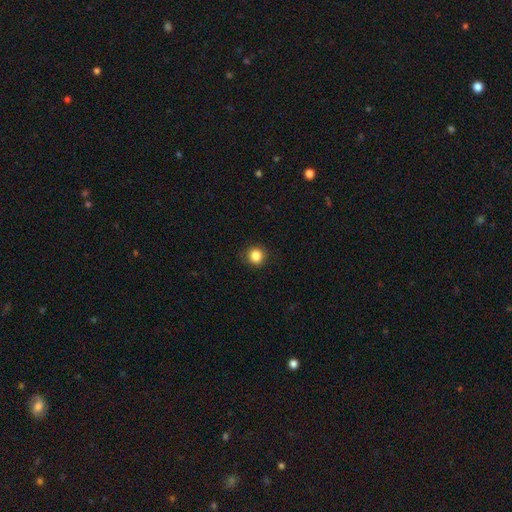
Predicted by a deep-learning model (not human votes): smooth-or-featured: smooth: 85% | star or artifact: 11% | featured or disk: 4%
  how-rounded: round: 92% | in between: 7% | cigar-shaped: 1%
  merging: none: 90% | minor disturbance: 7% | major disturbance: 2% | merger: 1%